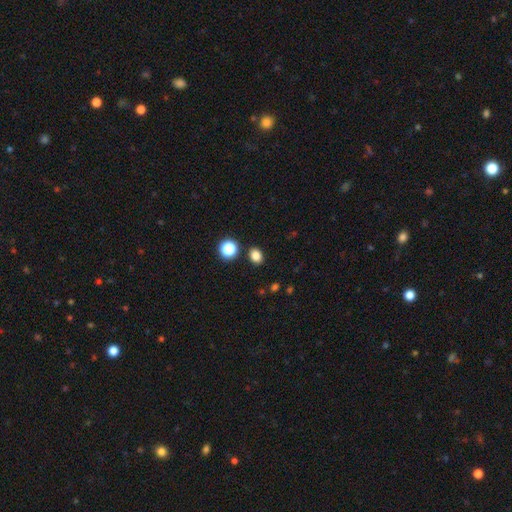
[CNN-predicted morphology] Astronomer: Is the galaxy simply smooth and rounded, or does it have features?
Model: smooth — 82%.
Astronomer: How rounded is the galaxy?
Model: in between — 55% (runner-up: round, 44%).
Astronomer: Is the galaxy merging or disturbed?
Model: none — 86%.